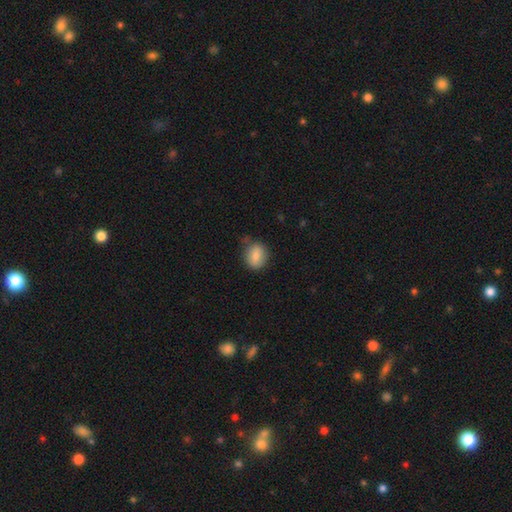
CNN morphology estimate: Smooth or featured? smooth (81%)
How rounded? round (61%)
Merging? none (74%)